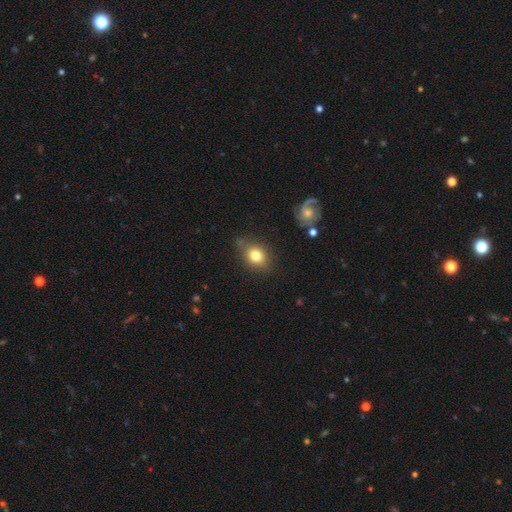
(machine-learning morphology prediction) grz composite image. It shows a smooth galaxy with no disk features (80%) that is in between round and cigar-shaped (54%). Merging: none (72%).